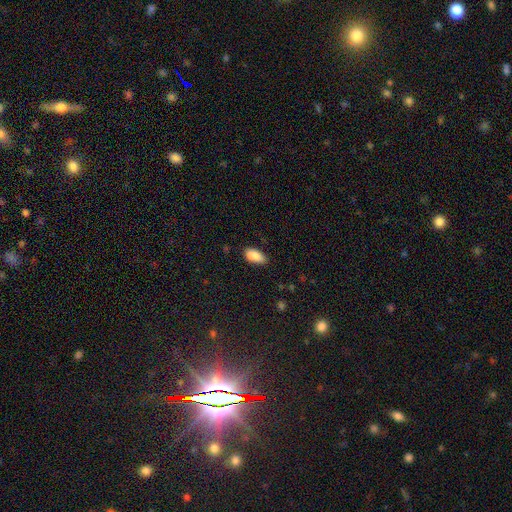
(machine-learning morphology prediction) The model was most divided on "merging": none: 61%, minor disturbance: 23%, merger: 10%, major disturbance: 5%. More confident: how rounded — in between (88%); smooth or featured — smooth (84%).